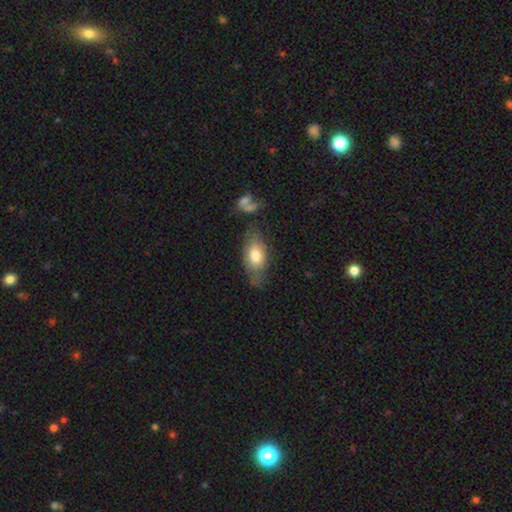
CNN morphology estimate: A smooth galaxy with no disk features (71%) that is in between round and cigar-shaped (86%).

Vote fractions:
- Smooth or featured? smooth: 71% / featured or disk: 22% / star or artifact: 7%
- How rounded? in between: 86% / cigar-shaped: 9% / round: 5%
- Merging? none: 59% / minor disturbance: 26% / major disturbance: 9% / merger: 6%